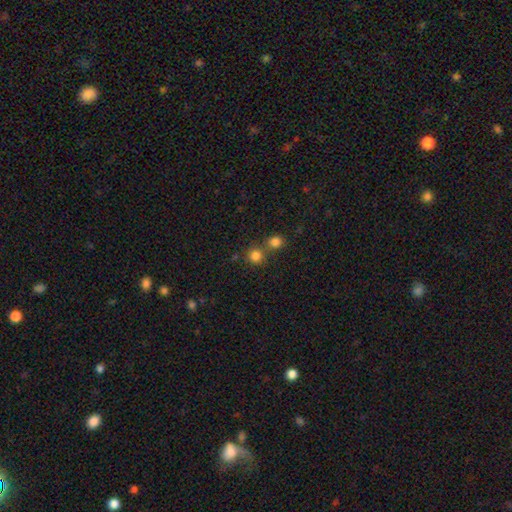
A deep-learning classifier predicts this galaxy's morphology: type=smooth (80%); roundness=round (91%); merging=none (62%).